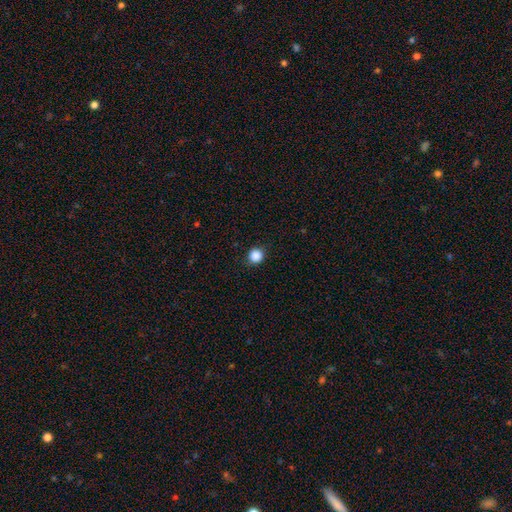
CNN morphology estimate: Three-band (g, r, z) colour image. It shows a smooth galaxy with no disk features (87%) that is round (93%). Merging: none (90%).